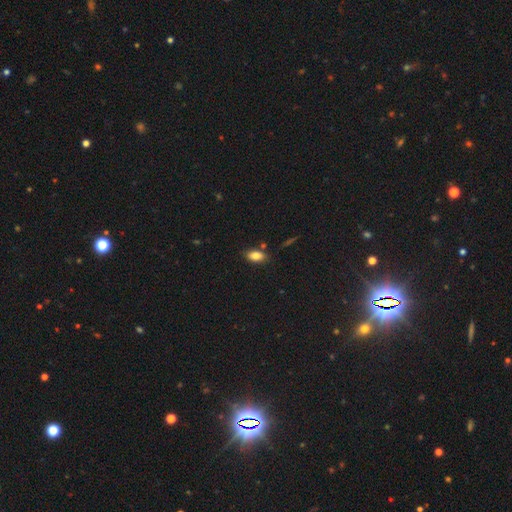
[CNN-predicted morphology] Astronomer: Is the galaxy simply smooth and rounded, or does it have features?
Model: smooth — 83%.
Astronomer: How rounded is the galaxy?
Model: in between — 90%.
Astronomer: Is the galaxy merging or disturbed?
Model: none — 80%.